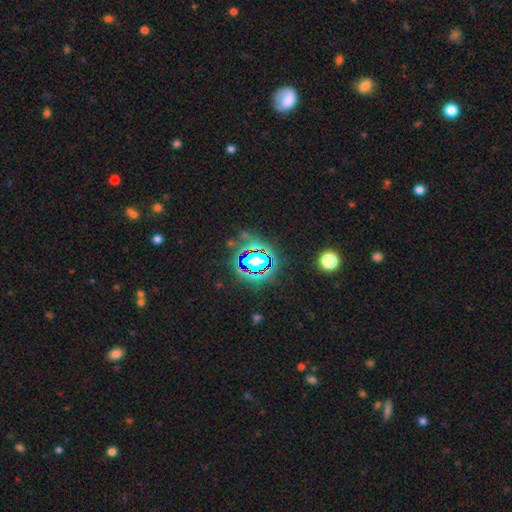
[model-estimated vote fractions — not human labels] star or artifact 76%, smooth 15%, featured or disk 10%.